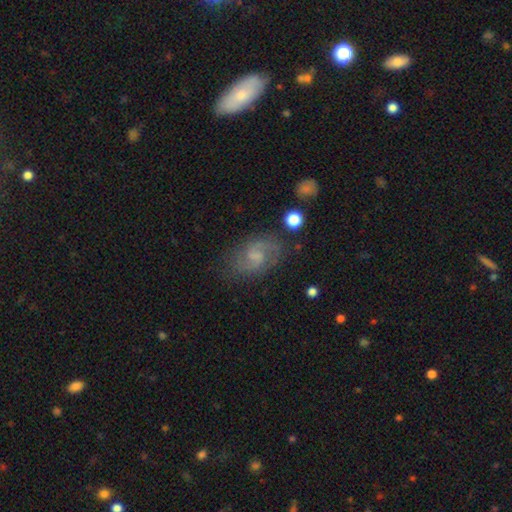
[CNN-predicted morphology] A featured or disk galaxy (73%) with a weak bar (54%), 2 (87%) medium (52%) spiral arms (94%) and a small central bulge (41%).

Vote fractions:
- Smooth or featured? featured or disk: 73% / smooth: 18% / star or artifact: 9%
- Edge-on disk? no: 97% / yes: 3%
- Bar? weak: 54% / no: 38% / strong: 9%
- Spiral arms? yes: 94% / no: 6%
- Spiral winding? medium: 52% / loose: 28% / tight: 20%
- Spiral arm count? 2: 87% / can't tell: 7% / 1: 2% / 3: 2% / 4: 1% / more than 4: 1%
- Bulge size? small: 41% / none: 32% / moderate: 23% / large: 3% / dominant: 1%
- Merging? none: 76% / minor disturbance: 16% / major disturbance: 6% / merger: 2%